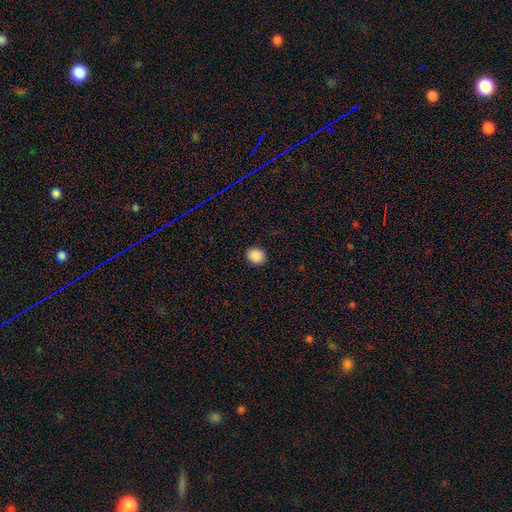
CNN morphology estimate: A smooth galaxy with no disk features (88%) that is round (73%).

Vote fractions:
- Smooth or featured? smooth: 88% / star or artifact: 9% / featured or disk: 3%
- How rounded? round: 73% / in between: 27% / cigar-shaped: 1%
- Merging? none: 91% / minor disturbance: 7% / major disturbance: 2% / merger: 1%